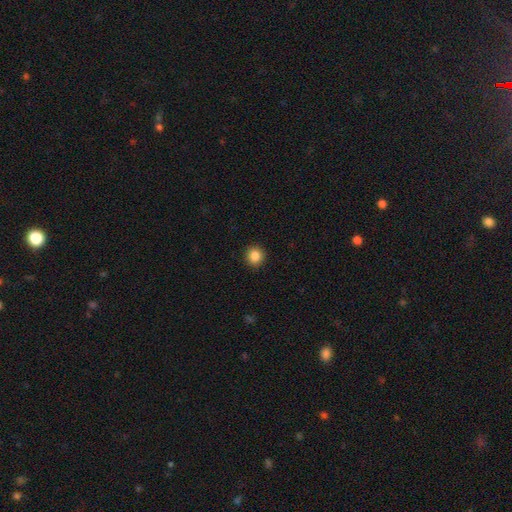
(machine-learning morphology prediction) Q: Smooth or featured?
A: smooth (86%); runner-up: star or artifact (10%)
Q: How rounded?
A: round (90%); runner-up: in between (9%)
Q: Merging?
A: none (92%); runner-up: minor disturbance (5%)